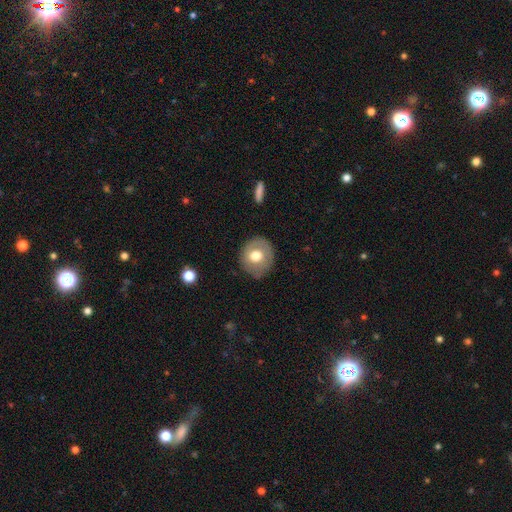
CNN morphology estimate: smooth 66%, featured or disk 26%, star or artifact 8%. Down the decision tree: how rounded — round (85%); merging — none (81%).